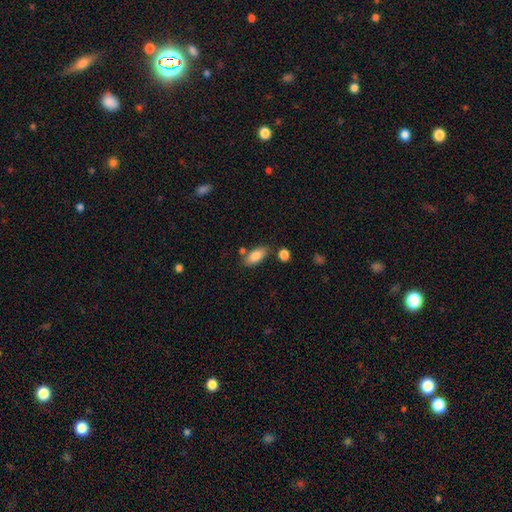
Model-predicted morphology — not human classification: Smooth or featured?
  - smooth: 83% *
  - featured or disk: 10%
  - star or artifact: 7%
How rounded?
  - in between: 89% *
  - cigar-shaped: 8%
  - round: 3%
Merging?
  - none: 74% *
  - minor disturbance: 14%
  - merger: 8%
  - major disturbance: 4%